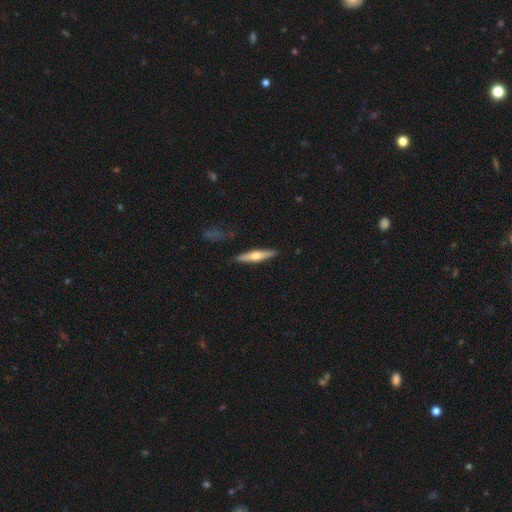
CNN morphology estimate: A smooth galaxy with no disk features (48%). Merging: none (88%).